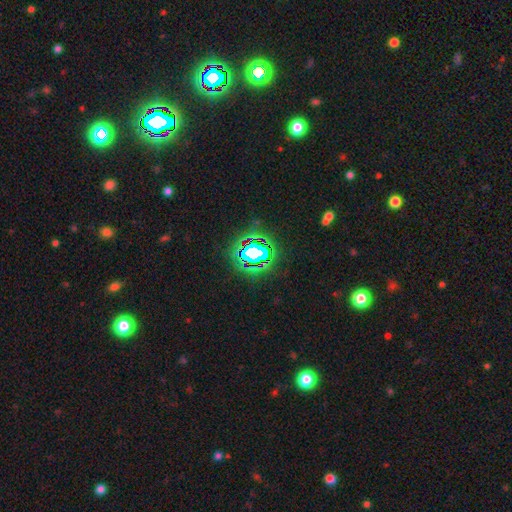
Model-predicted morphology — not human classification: Smooth or featured?
  - star or artifact: 69% *
  - smooth: 17%
  - featured or disk: 14%